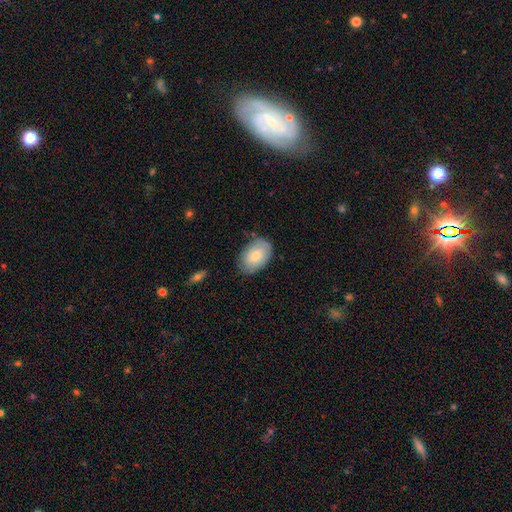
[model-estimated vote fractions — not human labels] Smooth or featured? Predicted: smooth (p=0.74). How rounded? Predicted: in between (p=0.87). Merging? Predicted: none (p=0.75).